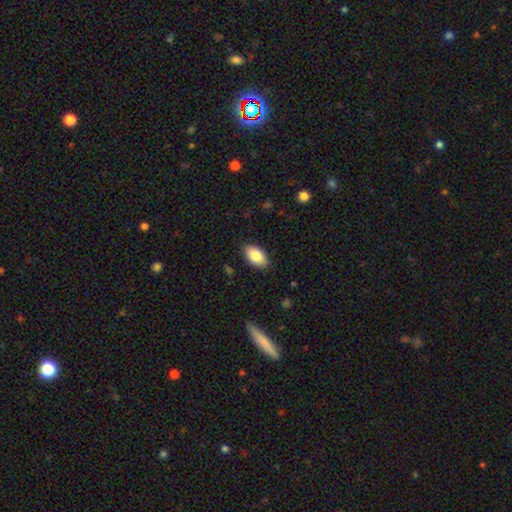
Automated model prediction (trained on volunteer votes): This appears to be a smooth galaxy with no disk features (84%) that is in between round and cigar-shaped (94%). Merging: none (87%).